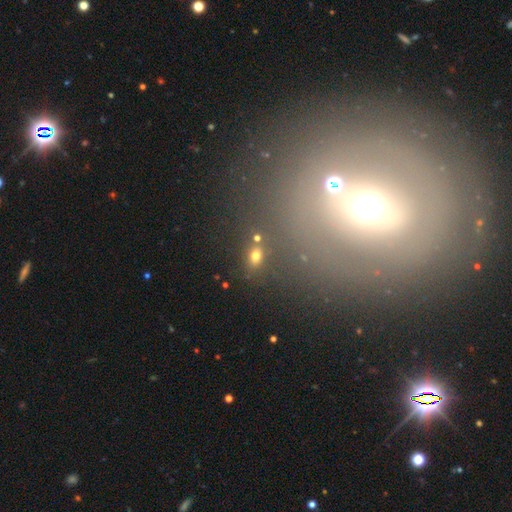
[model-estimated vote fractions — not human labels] A smooth galaxy with no disk features (67%) that is in between round and cigar-shaped (78%). Merging: none (76%).